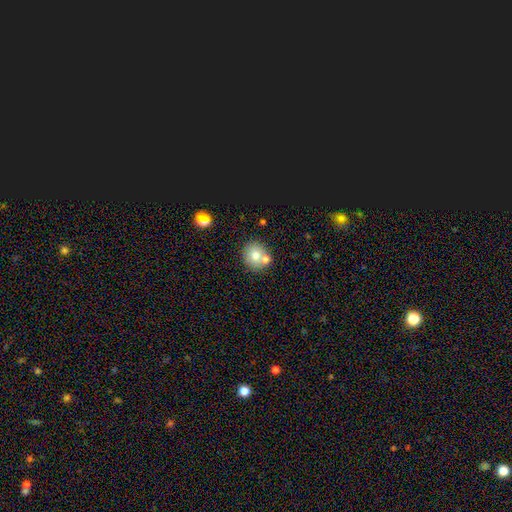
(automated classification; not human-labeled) This appears to be a smooth galaxy with no disk features (73%) that is round (84%). Merging: none (66%).